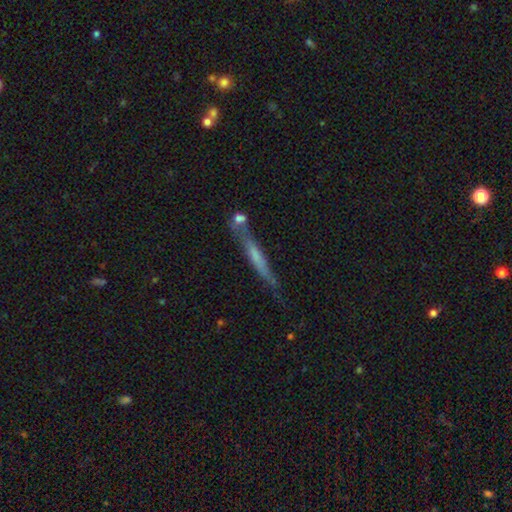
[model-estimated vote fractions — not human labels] Overall: featured or disk (54%; smooth 37%). Edge-on disk: yes (90%). Merging: none (67%).